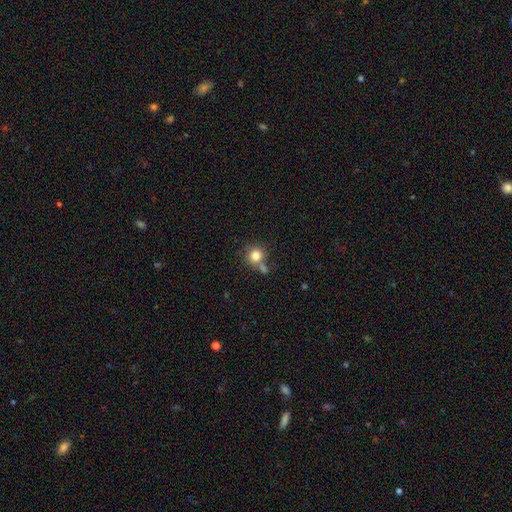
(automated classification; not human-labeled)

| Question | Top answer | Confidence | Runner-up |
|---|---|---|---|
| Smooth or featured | smooth | 81% | star or artifact (11%) |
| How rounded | round | 90% | in between (9%) |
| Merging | none | 59% | merger (24%) |